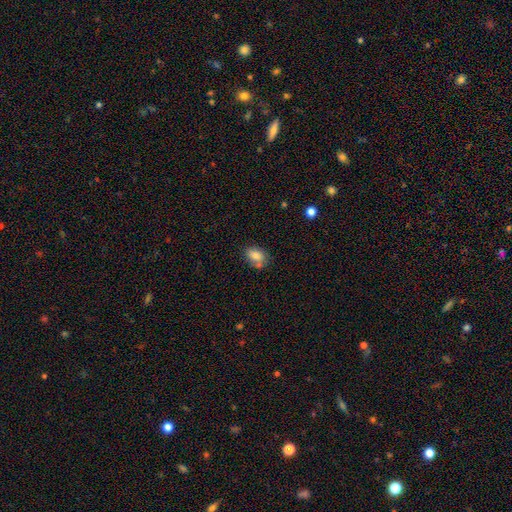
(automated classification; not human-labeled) smooth_or_featured: smooth (p=0.81) [alt: featured or disk p=0.10]
how_rounded: in between (p=0.79) [alt: round p=0.20]
merging: none (p=0.61) [alt: minor disturbance p=0.20]